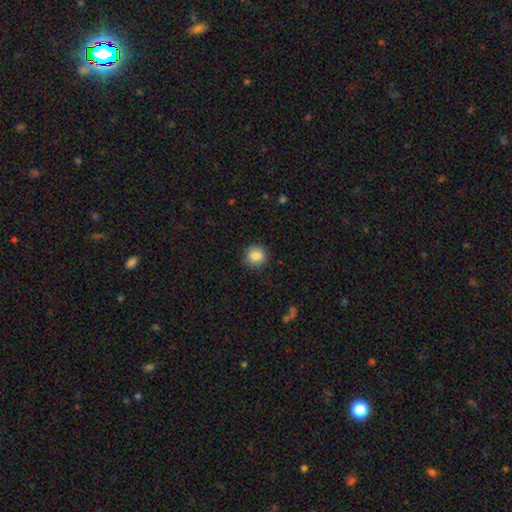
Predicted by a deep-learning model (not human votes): Smooth or featured?
  - smooth: 87% *
  - star or artifact: 9%
  - featured or disk: 4%
How rounded?
  - round: 86% *
  - in between: 13%
  - cigar-shaped: 1%
Merging?
  - none: 86% *
  - minor disturbance: 11%
  - major disturbance: 3%
  - merger: 1%